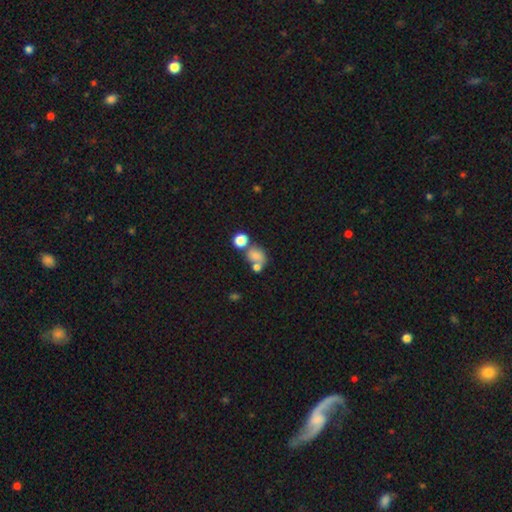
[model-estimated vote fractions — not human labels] Smooth or featured? smooth (74%)
How rounded? round (51%)
Merging? merger (41%)